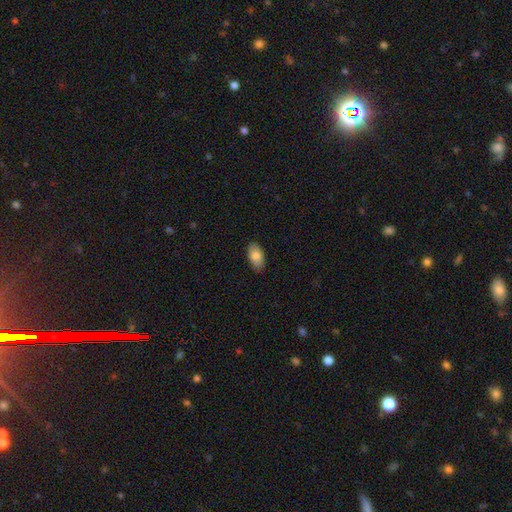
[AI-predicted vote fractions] Smooth or featured? smooth (83%)
How rounded? in between (94%)
Merging? none (86%)